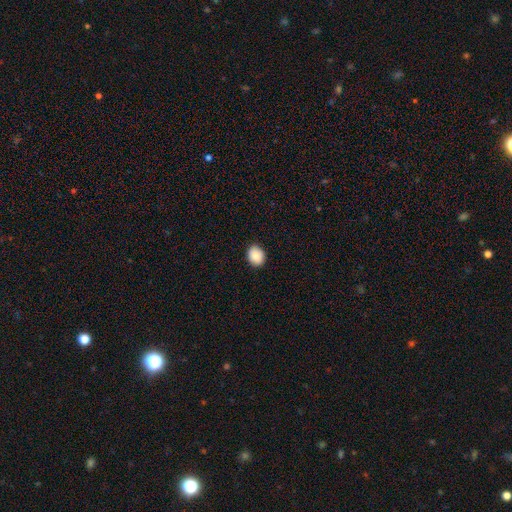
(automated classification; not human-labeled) This is clearly a smooth galaxy (88%). How rounded: possibly round (52%). Merging: clearly none (88%).